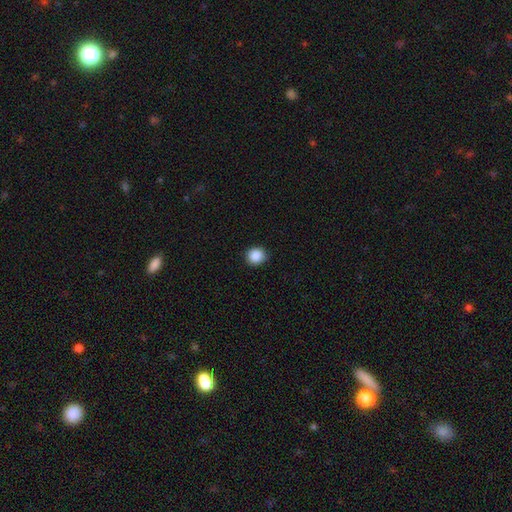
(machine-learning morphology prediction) Smooth or featured: smooth — 88% (star or artifact — 9%)
How rounded: round — 87% (in between — 12%)
Merging: none — 91% (minor disturbance — 7%)